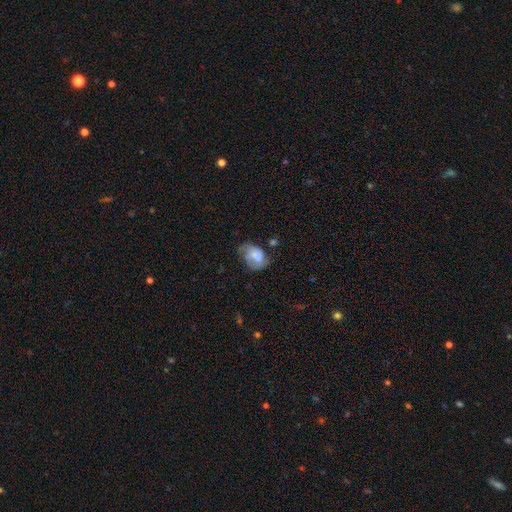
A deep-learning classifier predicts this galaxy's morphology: Smooth or featured? smooth (57%)
How rounded? in between (70%)
Merging? none (38%)